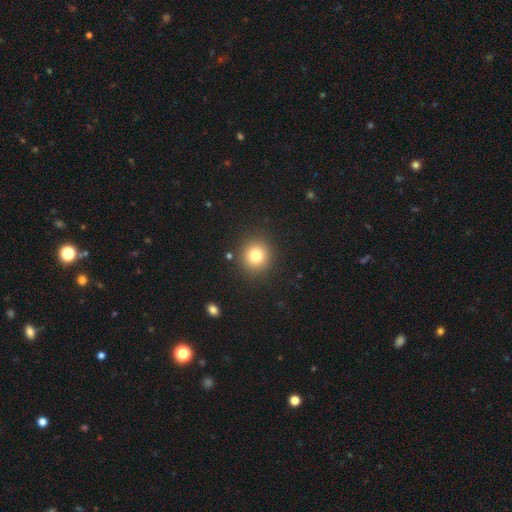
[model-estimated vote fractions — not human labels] A smooth galaxy with no disk features (78%) that is round (91%). Merging: none (90%).